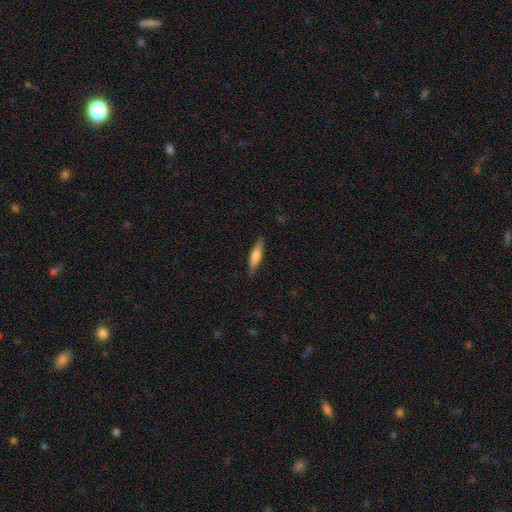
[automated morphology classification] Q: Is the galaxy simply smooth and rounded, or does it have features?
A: smooth — 63%.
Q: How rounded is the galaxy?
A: cigar-shaped — 76%.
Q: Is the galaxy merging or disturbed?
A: none — 87%.